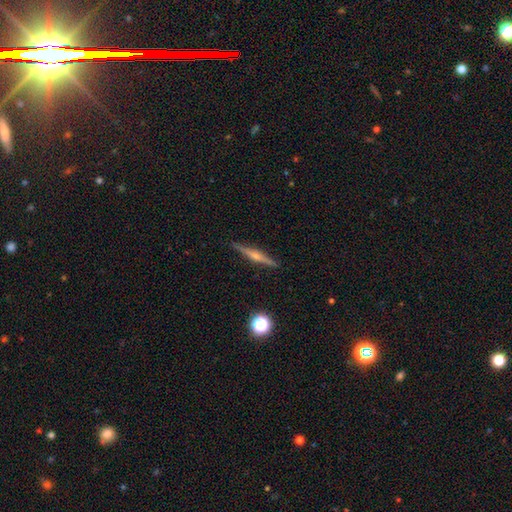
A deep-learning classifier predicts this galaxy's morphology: The model was most divided on "smooth or featured": featured or disk: 75%, smooth: 18%, star or artifact: 7%. More confident: edge-on disk — yes (98%); merging — none (91%); edge-on bulge — rounded (83%).